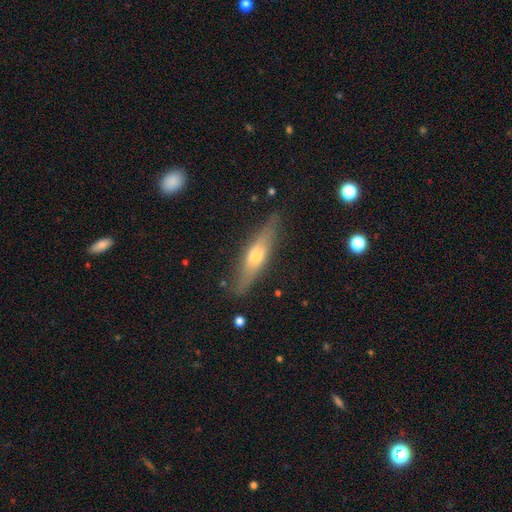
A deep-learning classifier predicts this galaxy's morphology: Smooth or featured? featured or disk (57%)
Edge-on disk? yes (89%)
Edge-on bulge? rounded (87%)
Merging? none (84%)